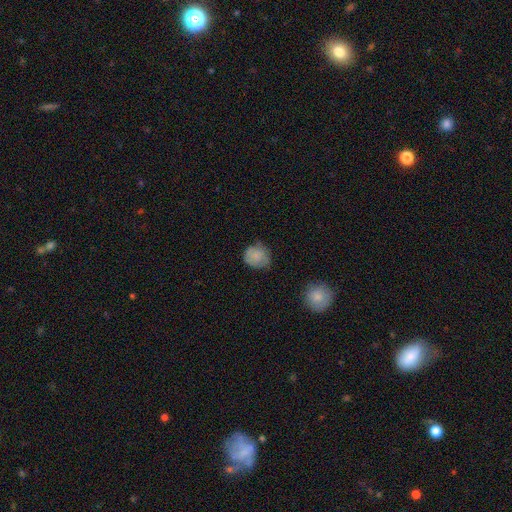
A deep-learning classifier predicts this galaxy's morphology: Smooth or featured? smooth (77%)
How rounded? round (80%)
Merging? none (66%)